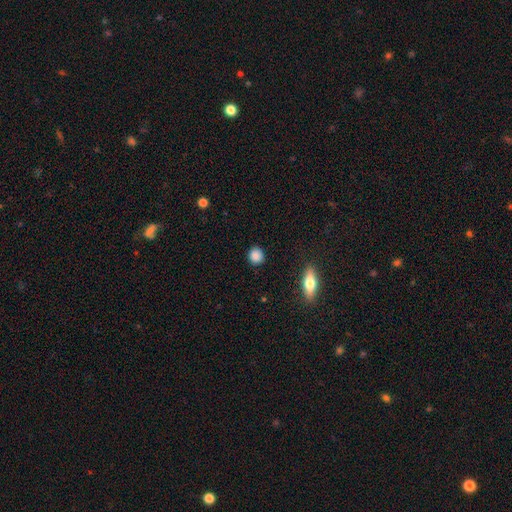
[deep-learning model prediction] A smooth galaxy with no disk features (87%) that is round (88%). Merging: none (90%).